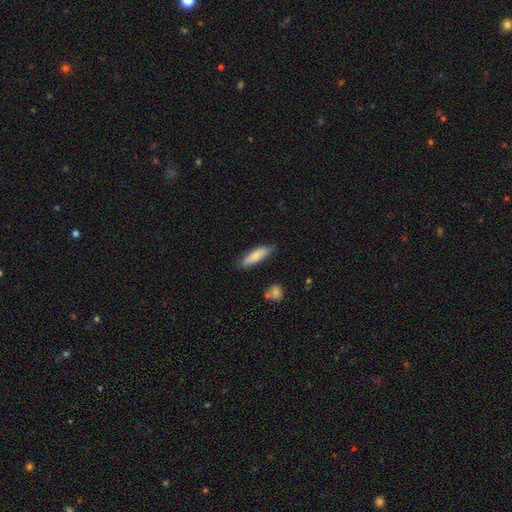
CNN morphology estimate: The model was most divided on "how rounded": cigar-shaped: 58%, in between: 40%, round: 2%. More confident: merging — none (78%); smooth or featured — smooth (78%).